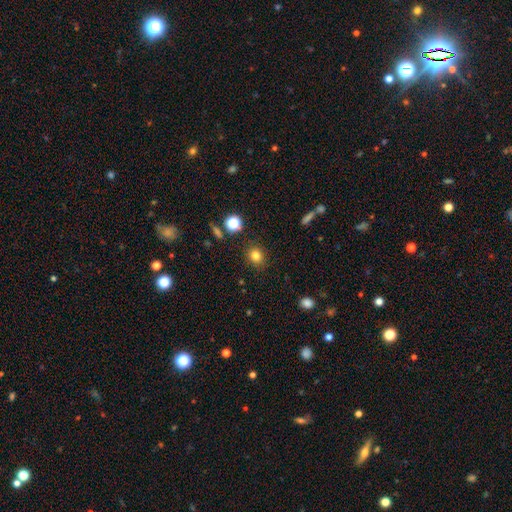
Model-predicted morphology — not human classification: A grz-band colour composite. It shows a smooth galaxy with no disk features (81%) that is round (77%). Merging: none (87%).